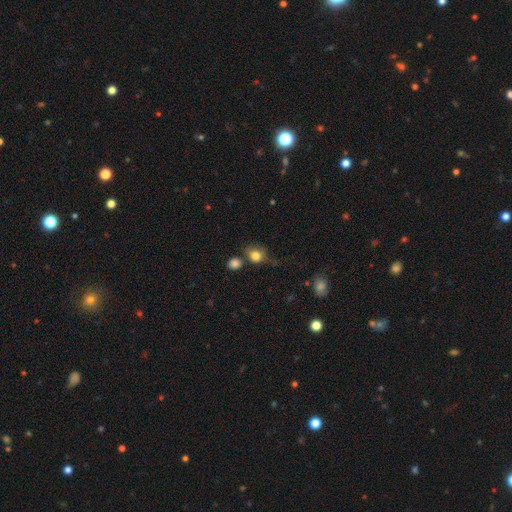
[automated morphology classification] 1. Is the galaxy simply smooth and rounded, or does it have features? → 81% smooth, 11% star or artifact, 9% featured or disk.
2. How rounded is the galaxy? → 66% round, 32% in between, 1% cigar-shaped.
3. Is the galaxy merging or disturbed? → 58% none, 22% minor disturbance, 13% merger, 8% major disturbance.